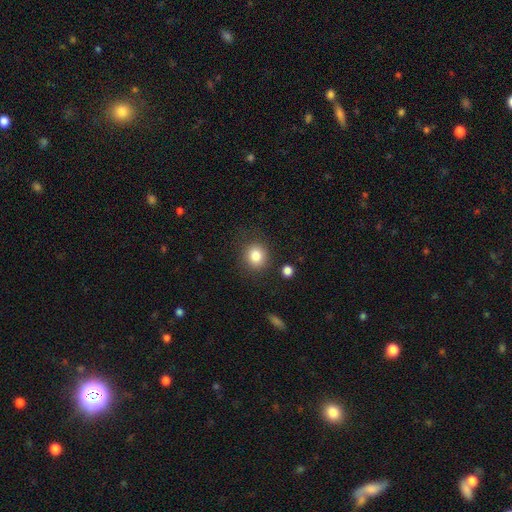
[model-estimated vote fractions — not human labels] Smooth or featured? Predicted: smooth (p=0.85). How rounded? Predicted: round (p=0.84). Merging? Predicted: none (p=0.83).